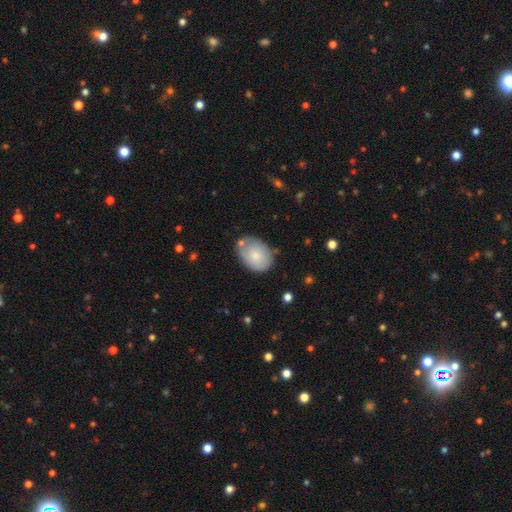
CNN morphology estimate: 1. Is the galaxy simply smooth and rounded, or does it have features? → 74% smooth, 20% featured or disk, 6% star or artifact.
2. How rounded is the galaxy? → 81% in between, 18% round, 1% cigar-shaped.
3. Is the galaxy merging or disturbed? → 63% none, 24% minor disturbance, 7% merger, 6% major disturbance.